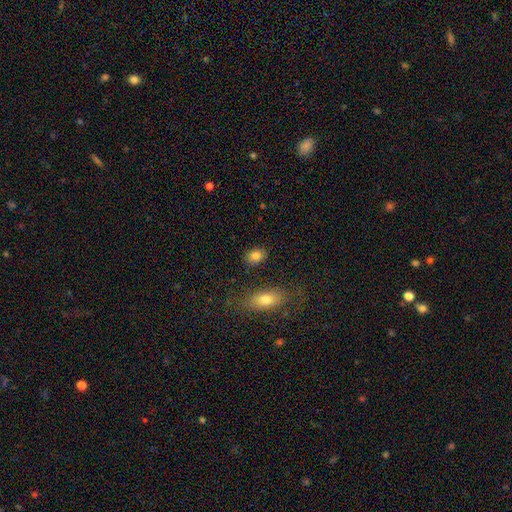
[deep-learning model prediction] Smooth or featured: smooth — 82% (star or artifact — 10%)
How rounded: in between — 66% (round — 32%)
Merging: none — 84% (minor disturbance — 10%)